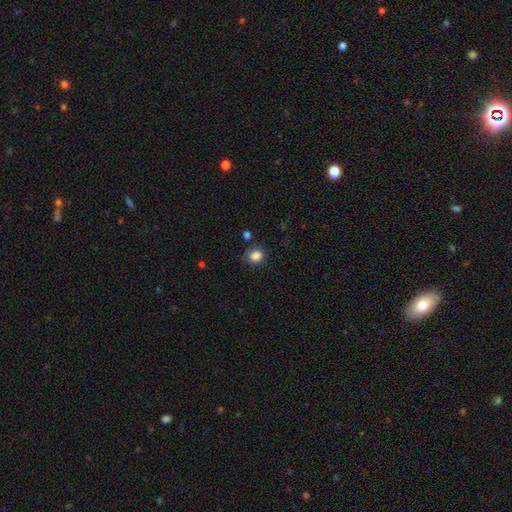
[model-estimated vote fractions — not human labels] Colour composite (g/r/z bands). It shows a smooth galaxy with no disk features (84%) that is round (68%). Merging: none (72%).